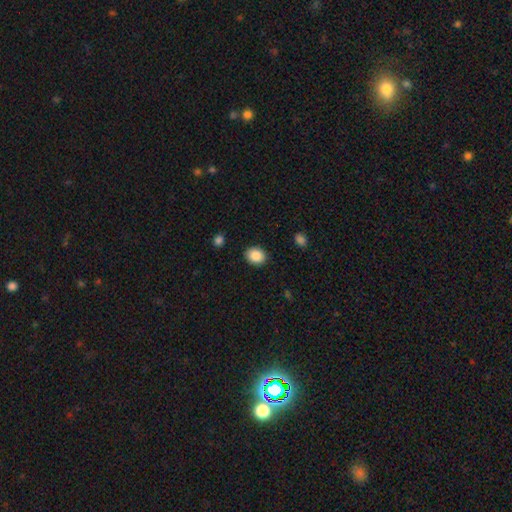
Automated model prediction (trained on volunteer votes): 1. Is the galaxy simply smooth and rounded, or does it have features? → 88% smooth, 8% star or artifact, 4% featured or disk.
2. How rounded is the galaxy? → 54% round, 45% in between, 1% cigar-shaped.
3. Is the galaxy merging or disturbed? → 90% none, 7% minor disturbance, 2% major disturbance, 1% merger.